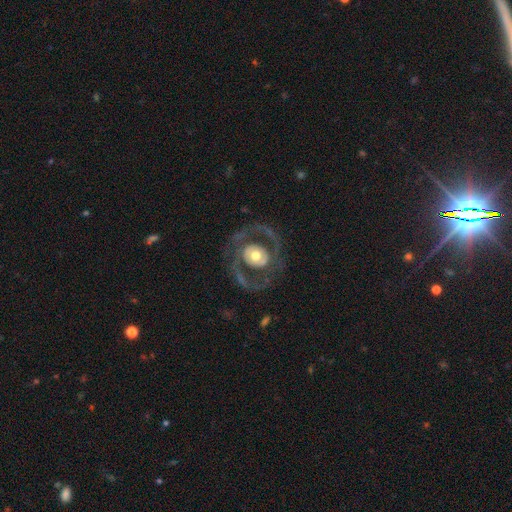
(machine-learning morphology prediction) A featured or disk galaxy (77%) with no bar (68%), spiral arms (66%) and a moderate central bulge (64%). Merging: none (70%).